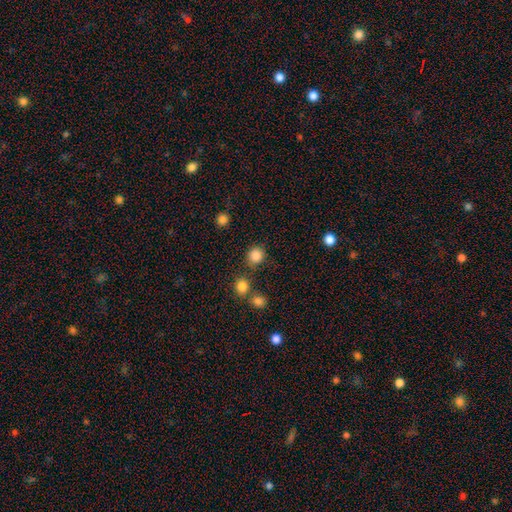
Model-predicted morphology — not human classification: The model was most divided on "merging": none: 78%, minor disturbance: 10%, merger: 8%, major disturbance: 4%. More confident: how rounded — round (85%); smooth or featured — smooth (85%).